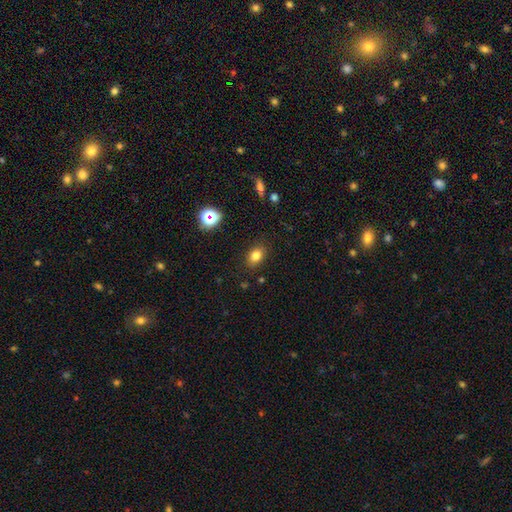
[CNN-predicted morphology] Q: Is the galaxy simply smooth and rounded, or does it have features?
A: smooth — 79%.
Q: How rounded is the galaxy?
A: in between — 68%.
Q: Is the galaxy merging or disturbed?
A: none — 85%.